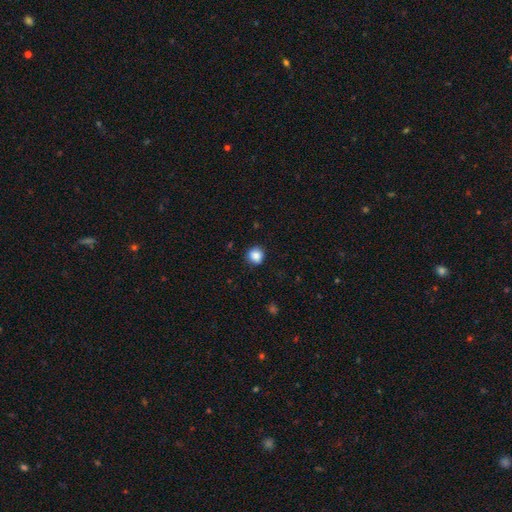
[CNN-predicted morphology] The model was most divided on "smooth or featured": smooth: 85%, star or artifact: 10%, featured or disk: 5%. More confident: how rounded — round (91%); merging — none (88%).